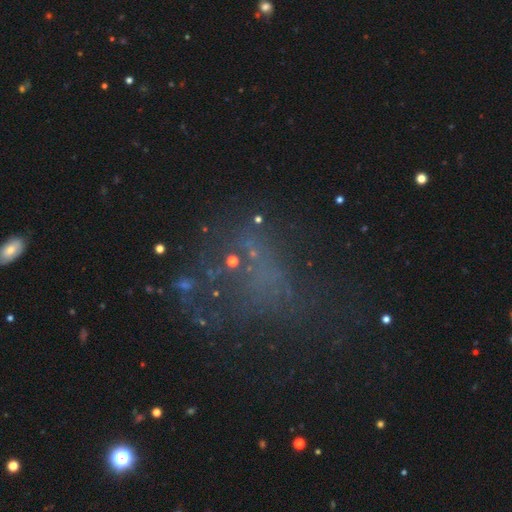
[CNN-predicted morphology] A star or artifact, not a galaxy (42%).

Vote fractions:
- Smooth or featured? star or artifact: 42% / featured or disk: 35% / smooth: 24%